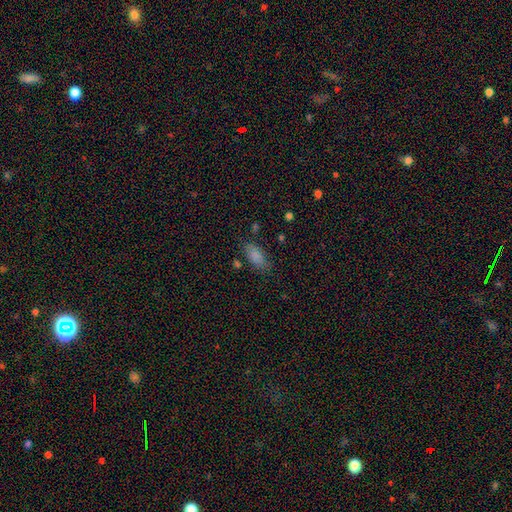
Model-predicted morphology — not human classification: This appears to be a smooth galaxy with no disk features (83%) that is in between round and cigar-shaped (89%). Merging: none (73%).